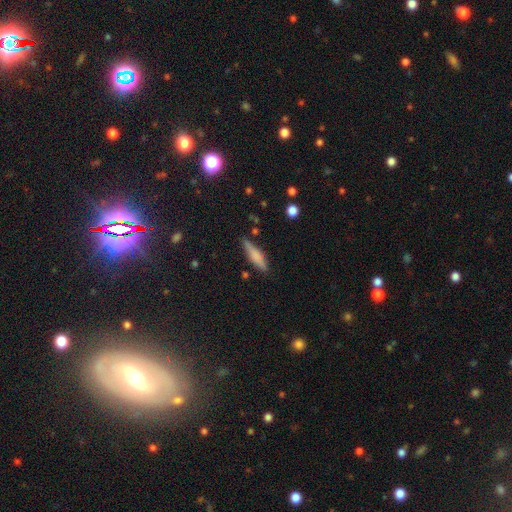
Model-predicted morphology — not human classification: This is likely a smooth galaxy (68%). How rounded: likely cigar-shaped (75%). Merging: likely none (79%).